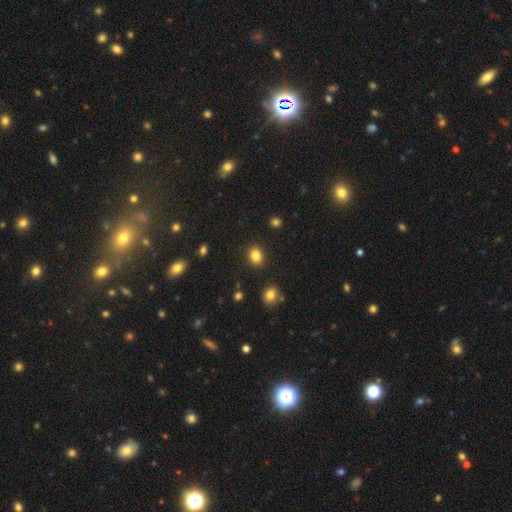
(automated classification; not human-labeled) A smooth galaxy with no disk features (84%) that is round (56%). Merging: none (89%).